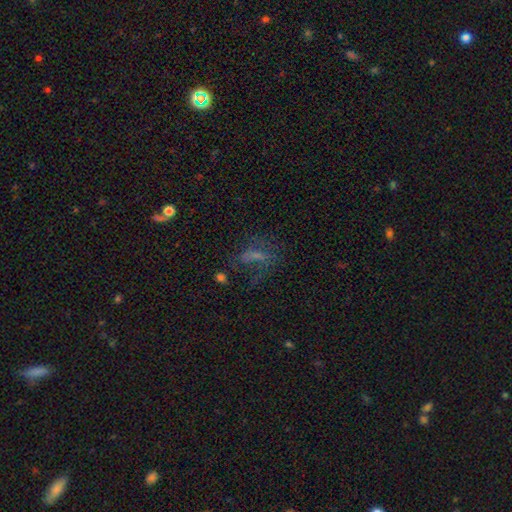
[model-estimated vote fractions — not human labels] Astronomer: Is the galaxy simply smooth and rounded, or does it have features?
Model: smooth — 35% (runner-up: featured or disk, 34%).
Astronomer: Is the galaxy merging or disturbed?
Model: none — 44% (runner-up: major disturbance, 33%).